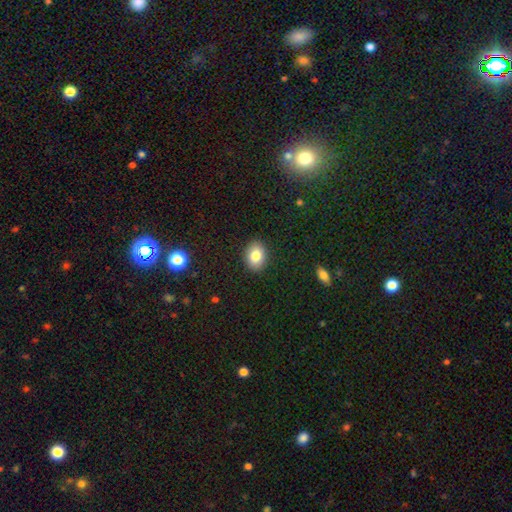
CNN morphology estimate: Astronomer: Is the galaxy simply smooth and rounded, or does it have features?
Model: smooth — 82%.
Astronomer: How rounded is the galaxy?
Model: in between — 71%.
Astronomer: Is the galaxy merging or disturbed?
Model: none — 89%.